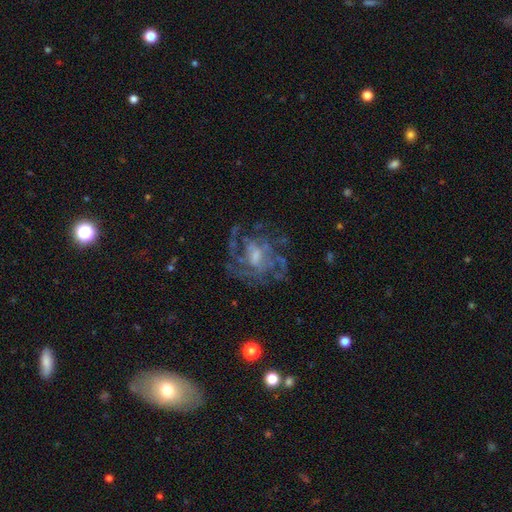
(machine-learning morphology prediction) A featured or disk galaxy (80%) with a weak bar (47%), medium (44%) spiral arms (83%) and a moderate central bulge (43%). Merging: none (58%).